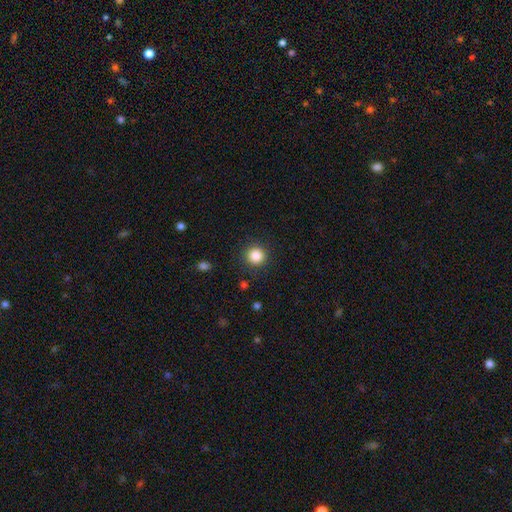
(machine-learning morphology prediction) Overall: smooth (86%). How rounded: round (93%). Merging: none (90%).